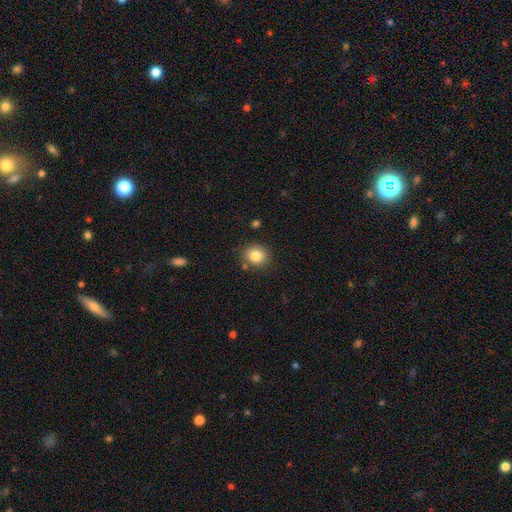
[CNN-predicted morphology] This is clearly a smooth galaxy (83%). How rounded: likely round (74%). Merging: clearly none (83%).